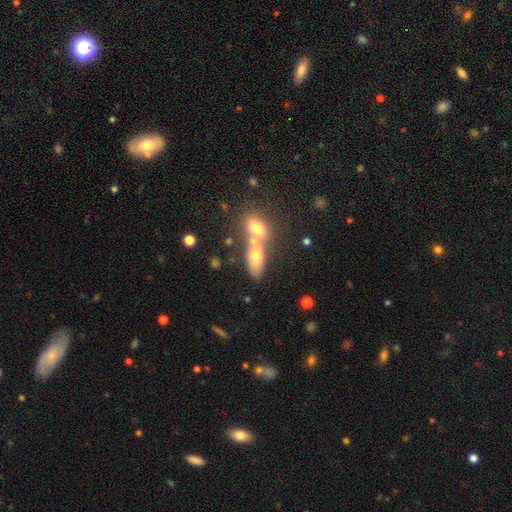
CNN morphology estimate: Smooth or featured?
  - smooth: 66% *
  - featured or disk: 23%
  - star or artifact: 11%
How rounded?
  - in between: 76% *
  - cigar-shaped: 13%
  - round: 11%
Merging?
  - merger: 54% *
  - none: 33%
  - minor disturbance: 9%
  - major disturbance: 4%